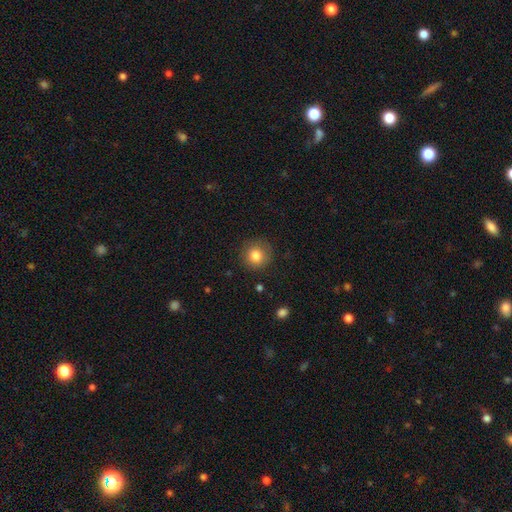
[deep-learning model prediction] Overall: smooth (83%). How rounded: round (94%). Merging: none (87%).